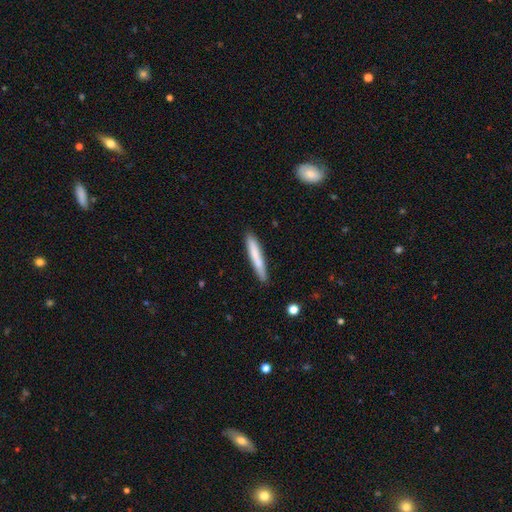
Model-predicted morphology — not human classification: smooth_or_featured: smooth (p=0.72) [alt: featured or disk p=0.22]
how_rounded: cigar-shaped (p=0.95) [alt: in between p=0.04]
merging: none (p=0.87) [alt: minor disturbance p=0.09]